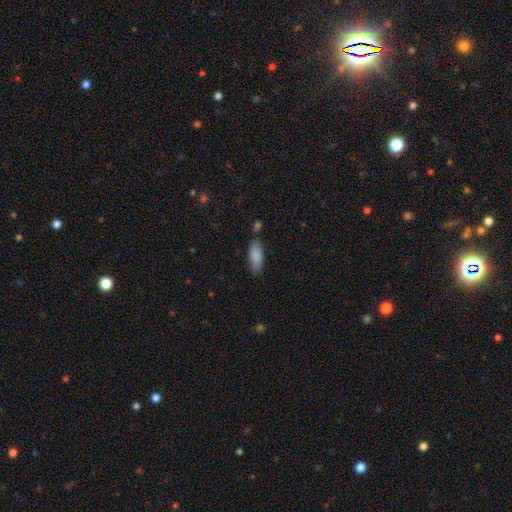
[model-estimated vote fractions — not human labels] Q: Smooth or featured?
A: smooth (87%); runner-up: featured or disk (7%)
Q: How rounded?
A: in between (79%); runner-up: cigar-shaped (20%)
Q: Merging?
A: none (72%); runner-up: minor disturbance (17%)